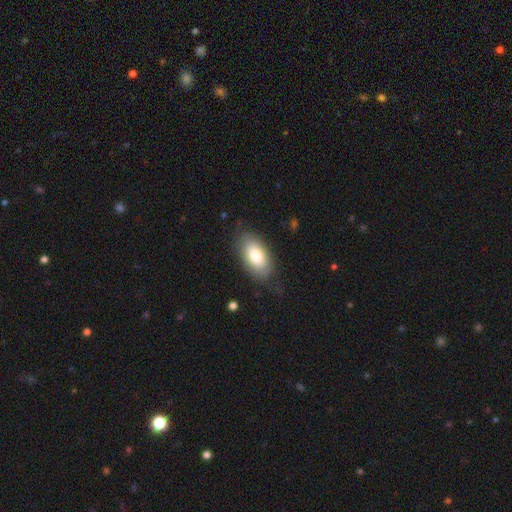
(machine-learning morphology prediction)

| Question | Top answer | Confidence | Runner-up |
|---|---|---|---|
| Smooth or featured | smooth | 78% | featured or disk (15%) |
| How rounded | in between | 94% | round (4%) |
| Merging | none | 77% | minor disturbance (16%) |